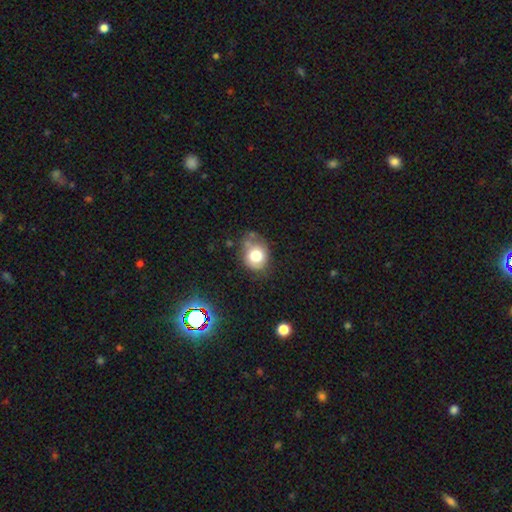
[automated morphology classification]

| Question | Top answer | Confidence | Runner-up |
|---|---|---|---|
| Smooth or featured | smooth | 73% | featured or disk (16%) |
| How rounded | round | 65% | in between (34%) |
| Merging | none | 49% | minor disturbance (30%) |